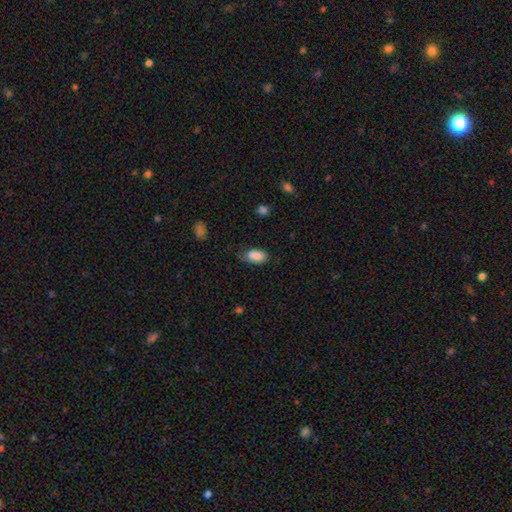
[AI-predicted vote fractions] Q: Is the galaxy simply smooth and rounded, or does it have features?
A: smooth — 85%.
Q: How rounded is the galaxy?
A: in between — 93%.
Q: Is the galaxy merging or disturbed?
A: none — 53%.